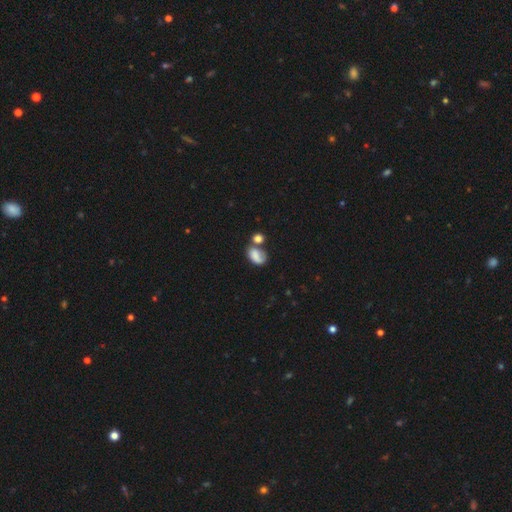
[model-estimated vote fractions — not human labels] Smooth or featured: smooth — 72% (featured or disk — 18%)
How rounded: in between — 81% (round — 18%)
Merging: merger — 42% (none — 29%)